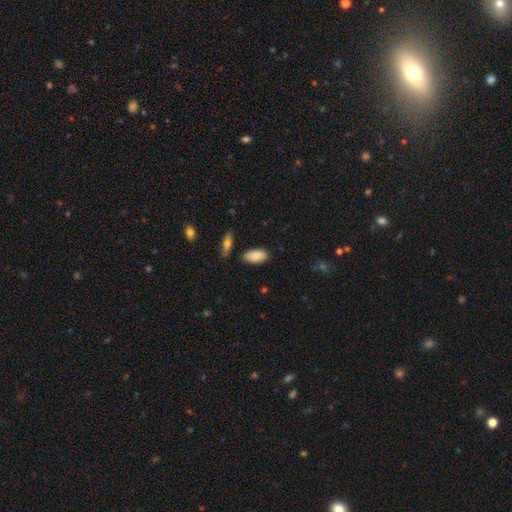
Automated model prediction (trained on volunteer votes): This is clearly a smooth galaxy (86%). How rounded: clearly in between (92%). Merging: clearly none (83%).